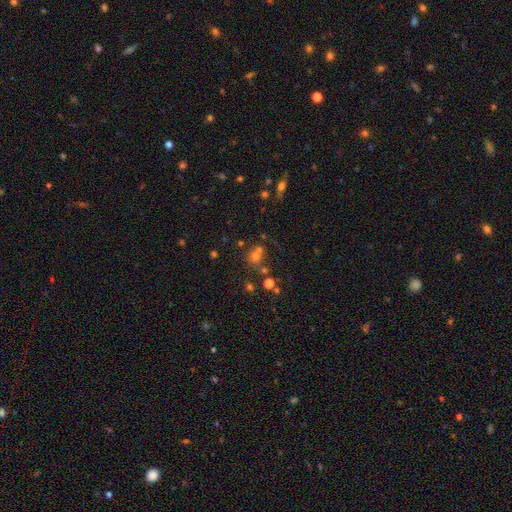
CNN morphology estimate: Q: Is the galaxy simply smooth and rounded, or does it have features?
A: smooth — 58%.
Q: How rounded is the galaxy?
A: round — 80%.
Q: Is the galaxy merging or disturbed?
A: none — 51%.